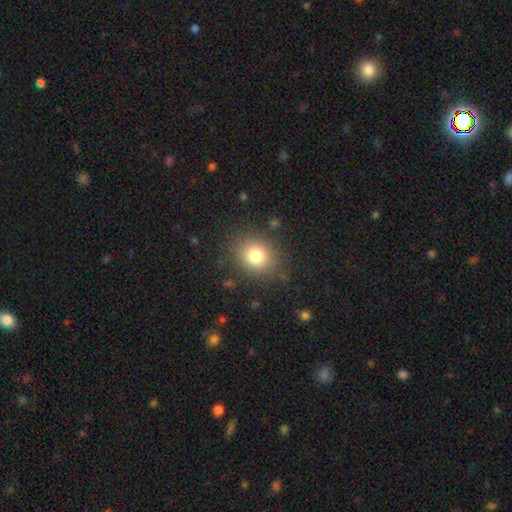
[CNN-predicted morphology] A smooth galaxy with no disk features (79%) that is round (72%).

Vote fractions:
- Smooth or featured? smooth: 79% / star or artifact: 12% / featured or disk: 9%
- How rounded? round: 72% / in between: 28% / cigar-shaped: 1%
- Merging? none: 84% / minor disturbance: 10% / major disturbance: 5% / merger: 2%